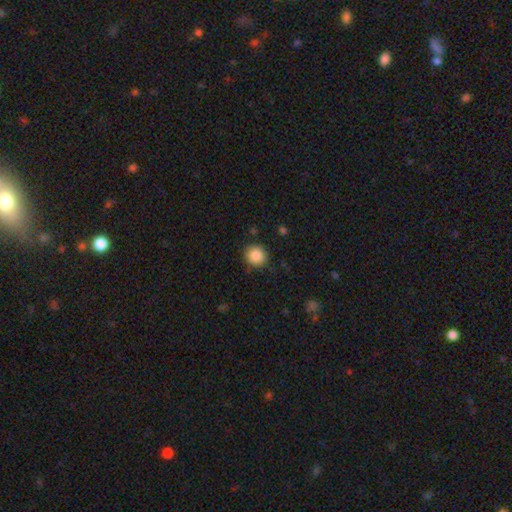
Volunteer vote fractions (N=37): Morphology: type=smooth (89%); roundness=round (91%); merging=none (85%).